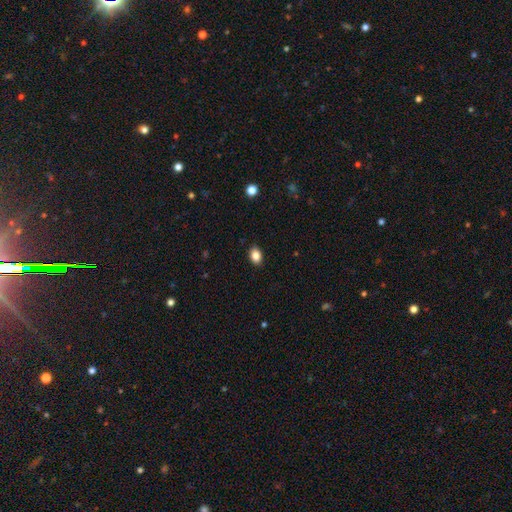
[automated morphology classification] Smooth or featured? Predicted: smooth (p=0.86). How rounded? Predicted: in between (p=0.80). Merging? Predicted: none (p=0.89).